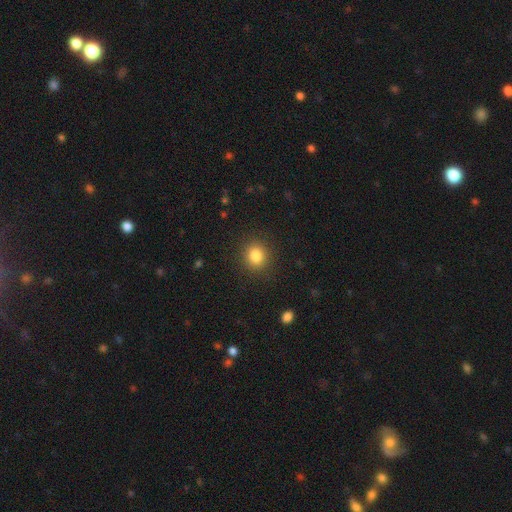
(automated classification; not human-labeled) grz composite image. It shows a smooth galaxy with no disk features (84%) that is round (79%). Merging: none (89%).